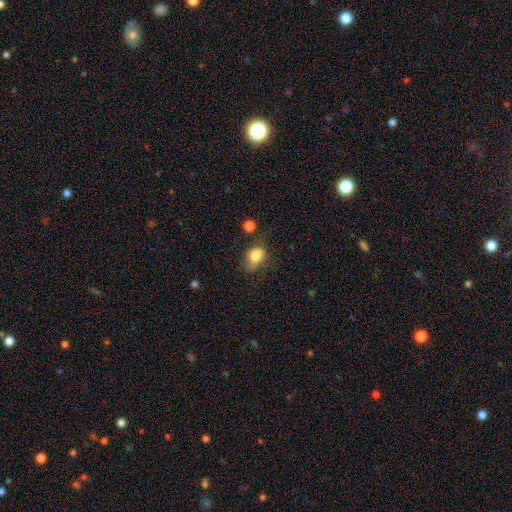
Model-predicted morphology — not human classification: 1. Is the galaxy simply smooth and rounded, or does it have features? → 78% smooth, 13% featured or disk, 9% star or artifact.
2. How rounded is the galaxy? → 82% in between, 15% round, 2% cigar-shaped.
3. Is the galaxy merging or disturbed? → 46% none, 33% minor disturbance, 15% major disturbance, 6% merger.